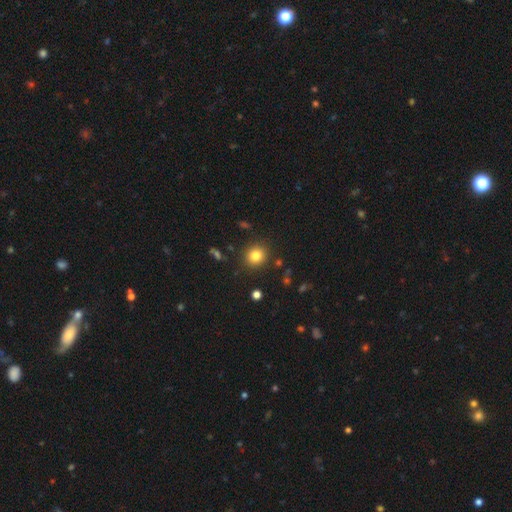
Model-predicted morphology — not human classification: This appears to be a smooth galaxy with no disk features (81%) that is round (85%). Merging: none (89%).